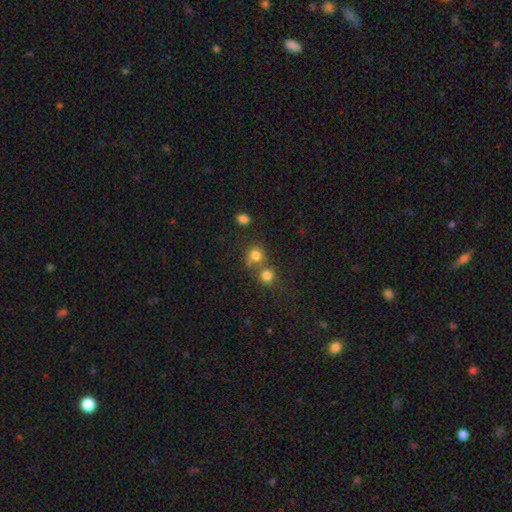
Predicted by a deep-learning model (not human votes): Smooth or featured: smooth — 79% (star or artifact — 14%)
How rounded: round — 84% (in between — 15%)
Merging: none — 51% (merger — 36%)